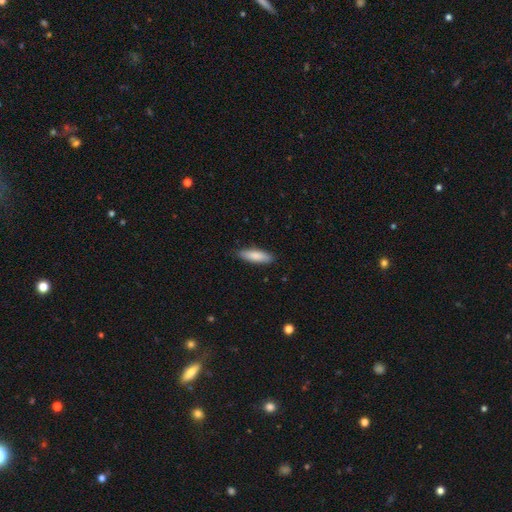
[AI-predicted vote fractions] This is clearly a smooth galaxy (84%). How rounded: possibly cigar-shaped (57%). Merging: clearly none (88%).